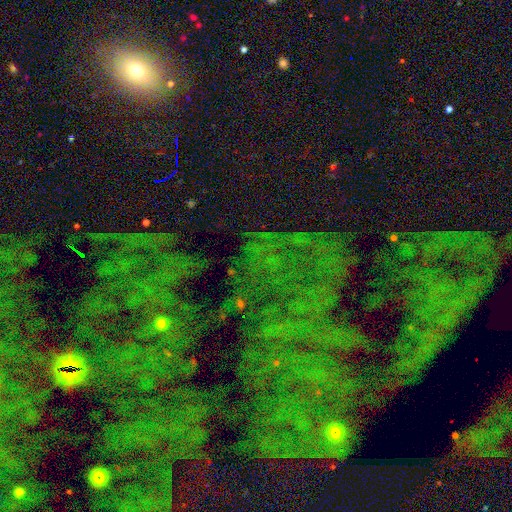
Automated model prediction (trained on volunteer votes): smooth_or_featured: star or artifact (p=0.77) [alt: featured or disk p=0.12]